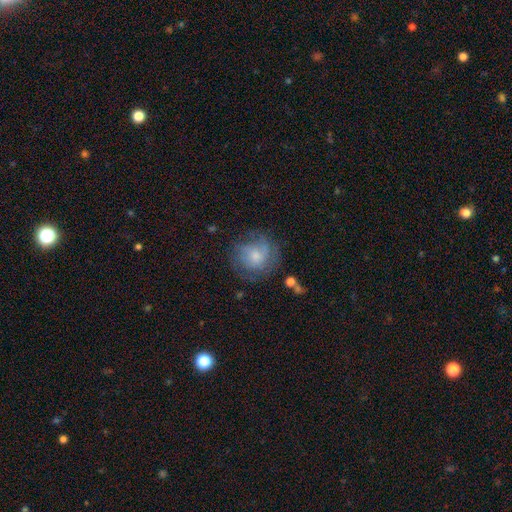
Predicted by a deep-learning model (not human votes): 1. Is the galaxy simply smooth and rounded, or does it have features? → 51% smooth, 40% featured or disk, 9% star or artifact.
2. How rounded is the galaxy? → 86% round, 13% in between, 1% cigar-shaped.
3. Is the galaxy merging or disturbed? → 60% none, 22% minor disturbance, 15% major disturbance, 2% merger.